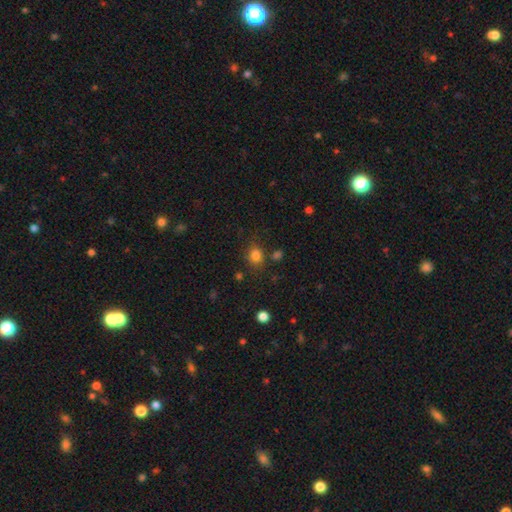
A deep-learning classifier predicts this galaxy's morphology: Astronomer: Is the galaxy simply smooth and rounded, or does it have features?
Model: smooth — 81%.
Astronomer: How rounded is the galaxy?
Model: round — 58% (runner-up: in between, 41%).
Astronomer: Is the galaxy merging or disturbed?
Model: none — 71%.